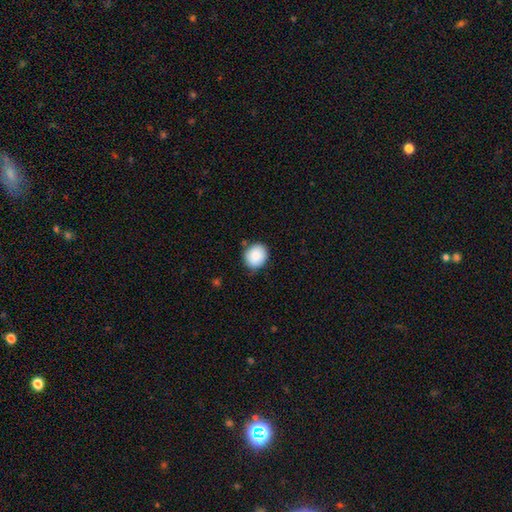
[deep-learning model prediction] smooth 86%, star or artifact 8%, featured or disk 6%. Down the decision tree: how rounded — round (71%); merging — none (79%).